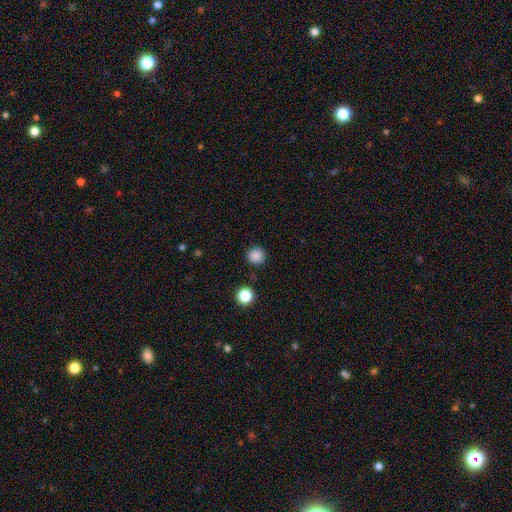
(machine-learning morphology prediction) This is clearly a smooth galaxy (85%). How rounded: clearly round (95%). Merging: clearly none (89%).